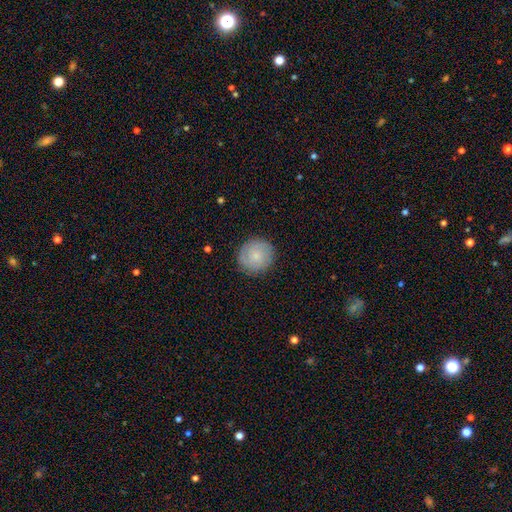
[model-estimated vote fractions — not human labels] A smooth galaxy with no disk features (61%) that is round (89%). Merging: none (87%).